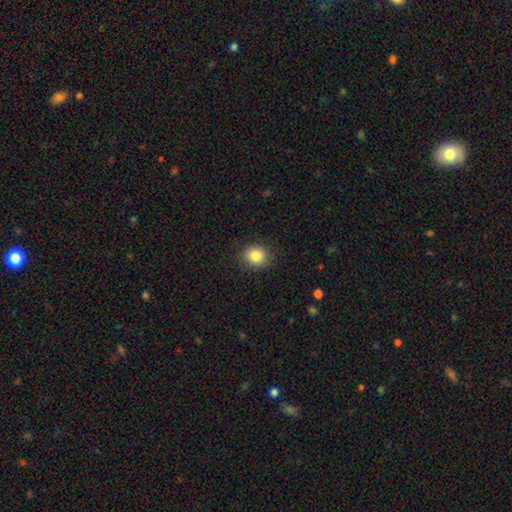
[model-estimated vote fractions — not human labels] Smooth or featured? Predicted: smooth (p=0.85). How rounded? Predicted: round (p=0.84). Merging? Predicted: none (p=0.89).